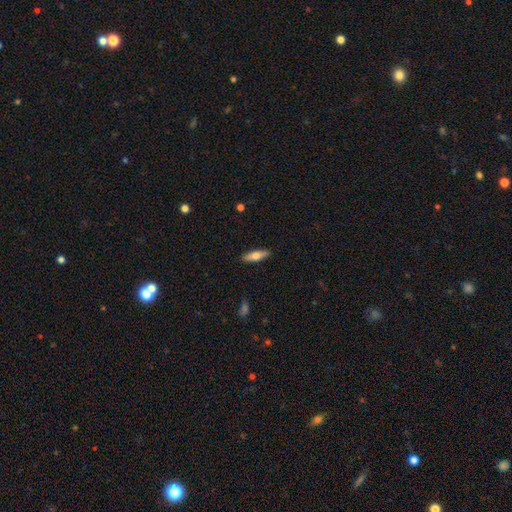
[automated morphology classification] Smooth or featured? Predicted: smooth (p=0.67). How rounded? Predicted: cigar-shaped (p=0.55). Merging? Predicted: none (p=0.89).